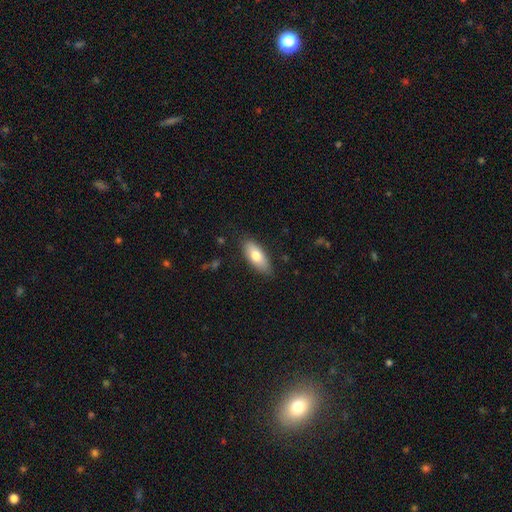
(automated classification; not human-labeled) Morphology: type=smooth (73%); roundness=in between (81%); merging=none (83%).